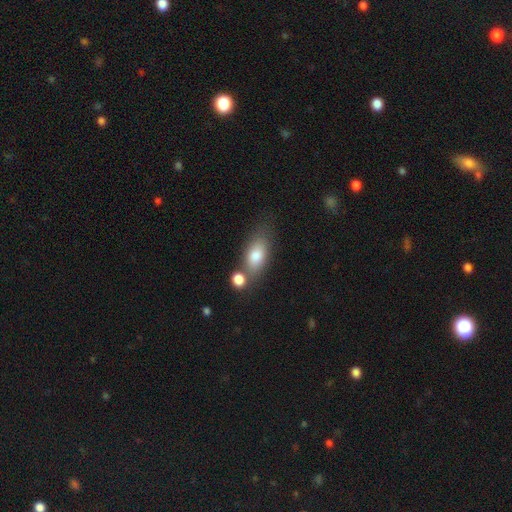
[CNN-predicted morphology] Smooth or featured? smooth (78%)
How rounded? in between (83%)
Merging? none (55%)